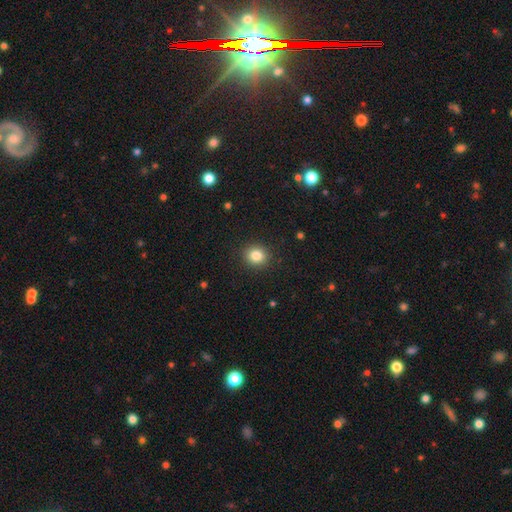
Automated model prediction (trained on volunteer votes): This is clearly a smooth galaxy (84%). How rounded: clearly round (80%). Merging: clearly none (90%).